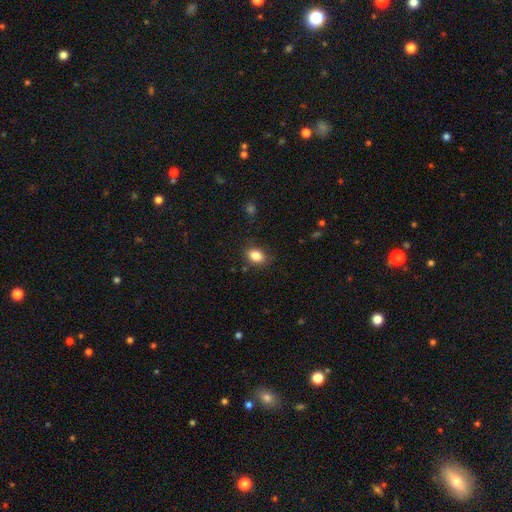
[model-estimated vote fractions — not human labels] Smooth or featured? Predicted: smooth (p=0.85). How rounded? Predicted: in between (p=0.74). Merging? Predicted: none (p=0.81).